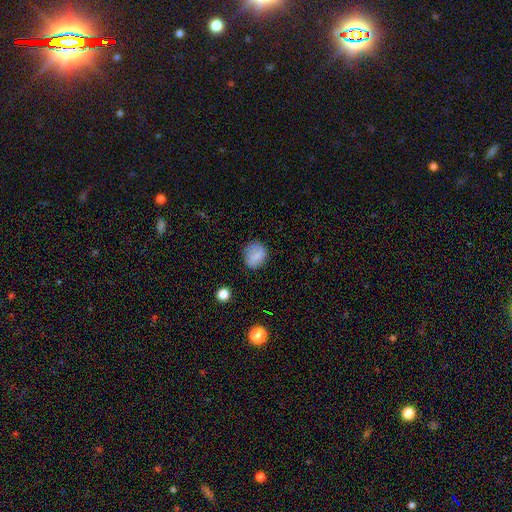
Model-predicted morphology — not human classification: This is likely a smooth galaxy (74%). How rounded: likely round (65%). Merging: likely none (79%).